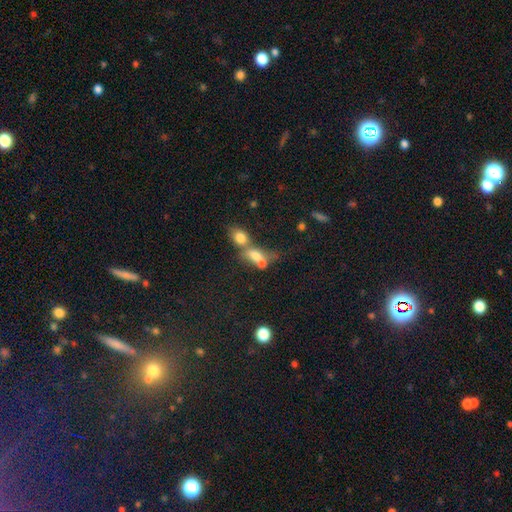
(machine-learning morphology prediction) type=smooth (65%); roundness=in between (63%); merging=merger (67%).